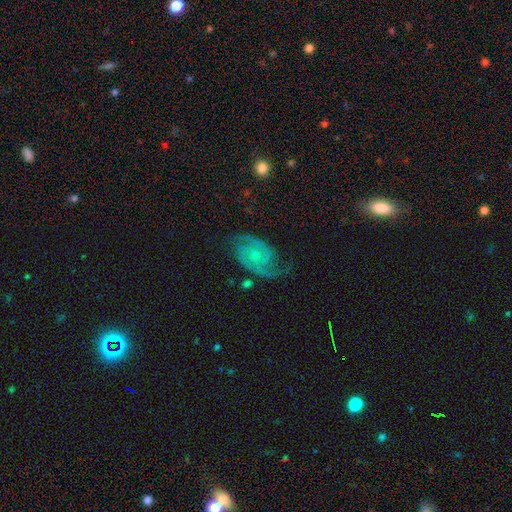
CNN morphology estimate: smooth-or-featured: featured or disk: 88% | smooth: 7% | star or artifact: 5%
  disk-edge-on: no: 98% | yes: 2%
    bar: no: 70% | weak: 26% | strong: 4%
    has-spiral-arms: yes: 97% | no: 3%
      spiral-winding: medium: 49% | tight: 34% | loose: 17%
      spiral-arm-count: 2: 87% | can't tell: 5% | 3: 4% | 1: 2% | 4: 2% | more than 4: 2%
    bulge-size: small: 70% | moderate: 21% | none: 7% | large: 1% | dominant: 1%
  merging: none: 72% | minor disturbance: 18% | major disturbance: 9% | merger: 2%